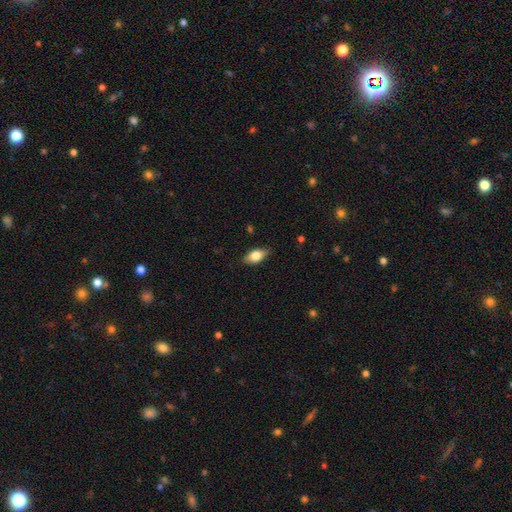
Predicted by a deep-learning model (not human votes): Smooth or featured? smooth (73%)
How rounded? in between (87%)
Merging? none (83%)